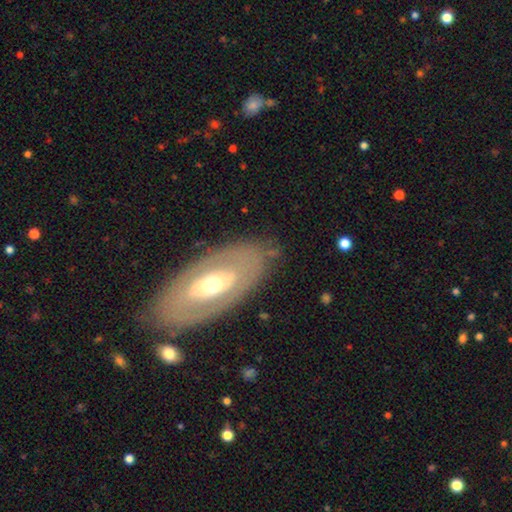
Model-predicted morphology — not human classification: Smooth or featured?
  - featured or disk: 63% *
  - smooth: 32%
  - star or artifact: 5%
Edge-on disk?
  - no: 86% *
  - yes: 14%
Bar?
  - no: 70% *
  - weak: 18%
  - strong: 12%
Spiral arms?
  - no: 77% *
  - yes: 23%
Bulge size?
  - moderate: 69% *
  - small: 16%
  - large: 12%
  - dominant: 2%
  - none: 1%
Merging?
  - none: 79% *
  - minor disturbance: 13%
  - major disturbance: 6%
  - merger: 2%